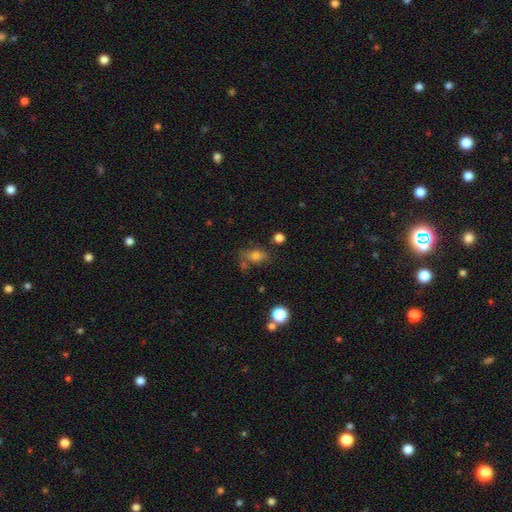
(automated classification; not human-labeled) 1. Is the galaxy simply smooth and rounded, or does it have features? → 70% smooth, 17% featured or disk, 14% star or artifact.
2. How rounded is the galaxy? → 76% in between, 17% round, 7% cigar-shaped.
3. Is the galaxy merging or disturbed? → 57% none, 22% minor disturbance, 11% merger, 10% major disturbance.